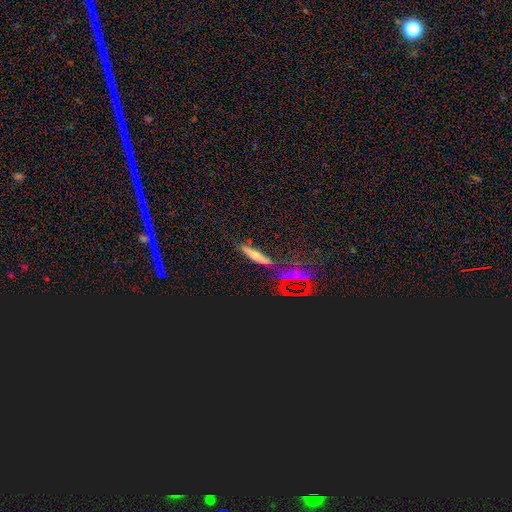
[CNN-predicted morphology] Smooth or featured: featured or disk — 37% (smooth — 33%)
Merging: none — 78% (minor disturbance — 12%)